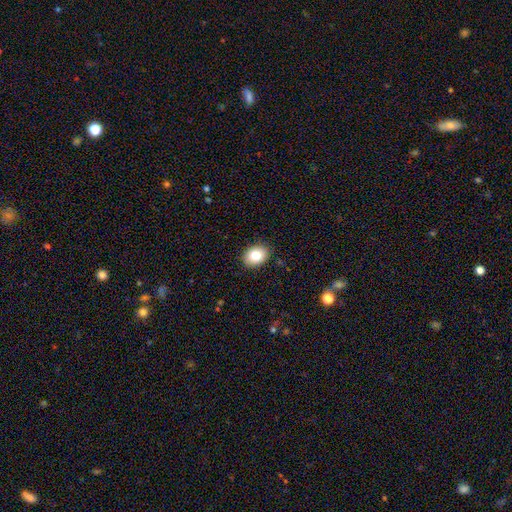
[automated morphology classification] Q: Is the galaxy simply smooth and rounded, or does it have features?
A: smooth — 83%.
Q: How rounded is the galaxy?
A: in between — 65%.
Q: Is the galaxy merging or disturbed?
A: none — 89%.